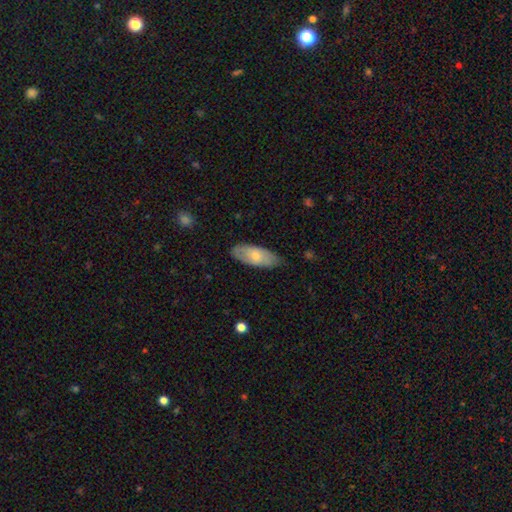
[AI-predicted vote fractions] Overall: smooth (63%; featured or disk 32%). How rounded: in between (85%). Merging: none (72%).